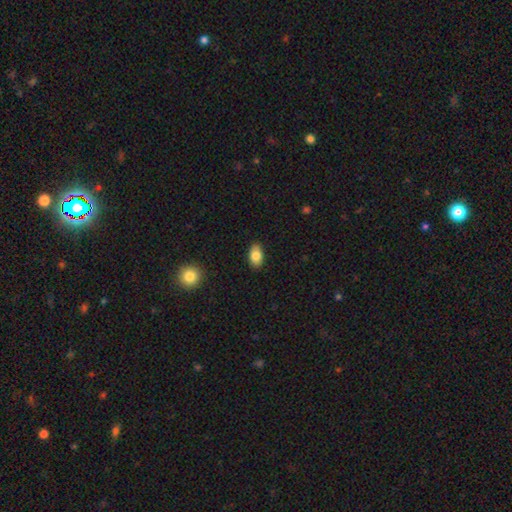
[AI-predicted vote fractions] smooth 84%, featured or disk 9%, star or artifact 7%. Down the decision tree: how rounded — in between (92%); merging — none (88%).